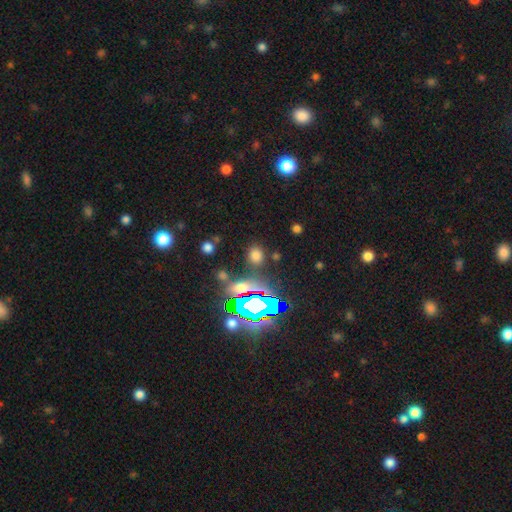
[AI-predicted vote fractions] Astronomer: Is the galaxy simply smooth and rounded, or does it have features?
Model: smooth — 64%.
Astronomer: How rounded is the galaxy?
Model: round — 71%.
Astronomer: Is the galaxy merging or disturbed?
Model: none — 82%.